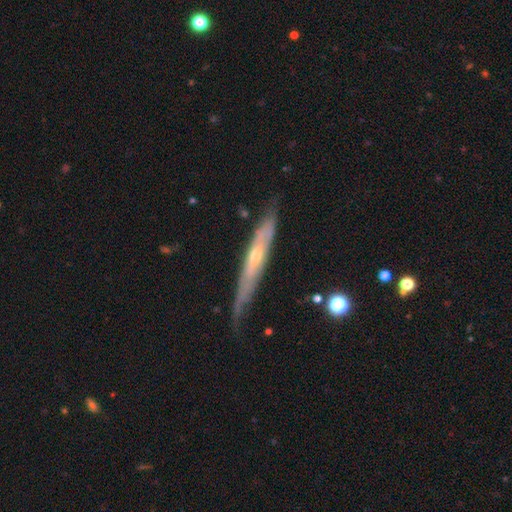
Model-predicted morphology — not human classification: Overall: featured or disk (72%). Edge-on disk: yes (78%). Edge-on bulge: rounded (65%; none 31%). Merging: none (68%).